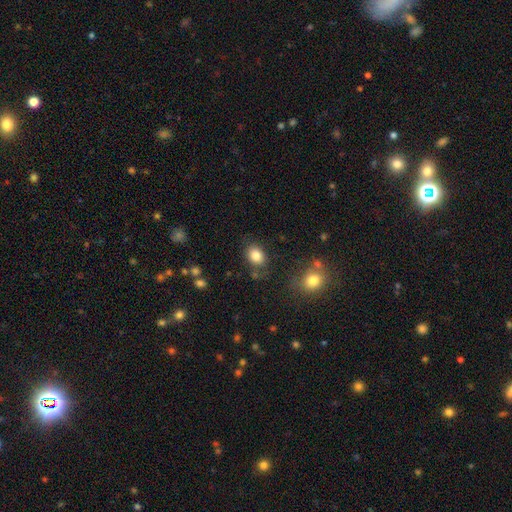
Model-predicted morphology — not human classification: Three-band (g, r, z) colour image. It shows a smooth galaxy with no disk features (83%) that is in between round and cigar-shaped (61%). Merging: none (78%).